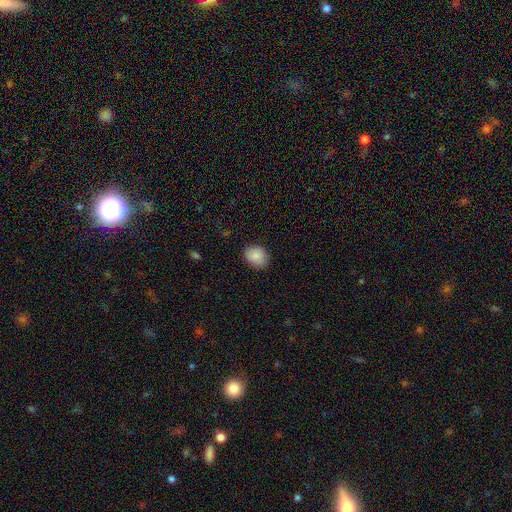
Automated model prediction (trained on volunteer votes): Q: Smooth or featured?
A: smooth (88%); runner-up: star or artifact (8%)
Q: How rounded?
A: in between (53%); runner-up: round (46%)
Q: Merging?
A: none (85%); runner-up: minor disturbance (11%)